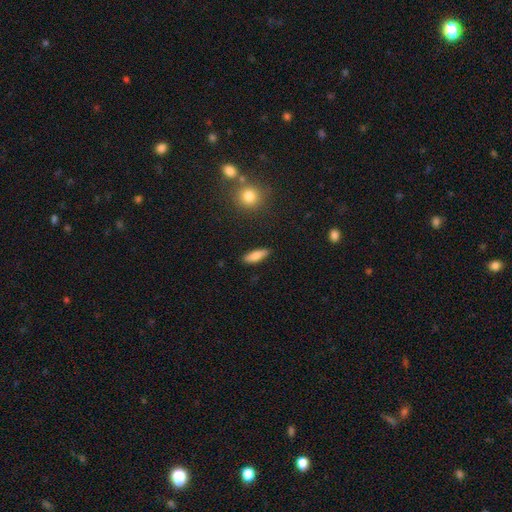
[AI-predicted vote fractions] Smooth or featured? Predicted: smooth (p=0.81). How rounded? Predicted: in between (p=0.55). Merging? Predicted: none (p=0.88).